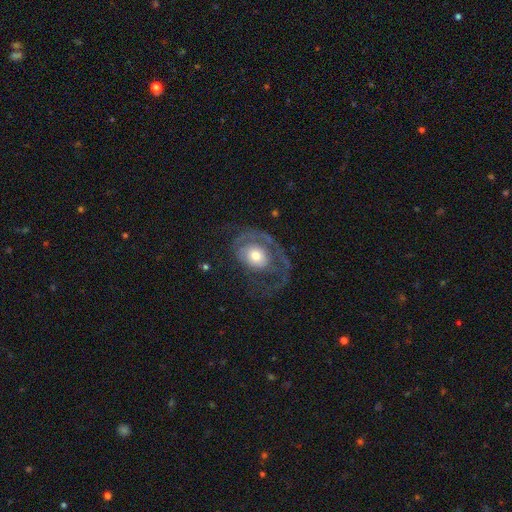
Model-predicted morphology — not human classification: The model was most divided on "merging": major disturbance: 44%, none: 37%, minor disturbance: 18%, merger: 2%. More confident: edge-on disk — no (95%); bar — no (82%); smooth or featured — featured or disk (60%); spiral arms — yes (58%); bulge size — moderate (58%).